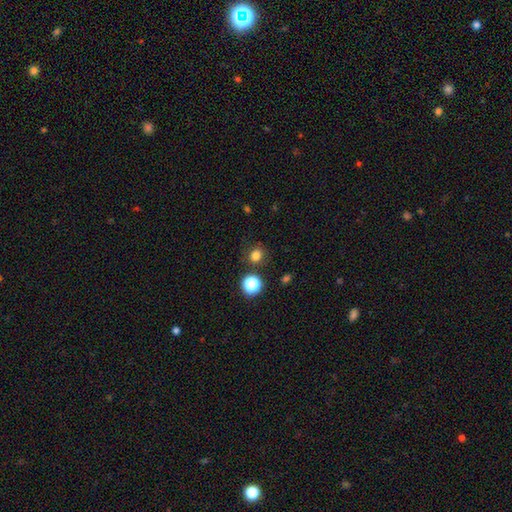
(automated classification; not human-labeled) Smooth or featured? Predicted: smooth (p=0.79). How rounded? Predicted: round (p=0.80). Merging? Predicted: none (p=0.84).